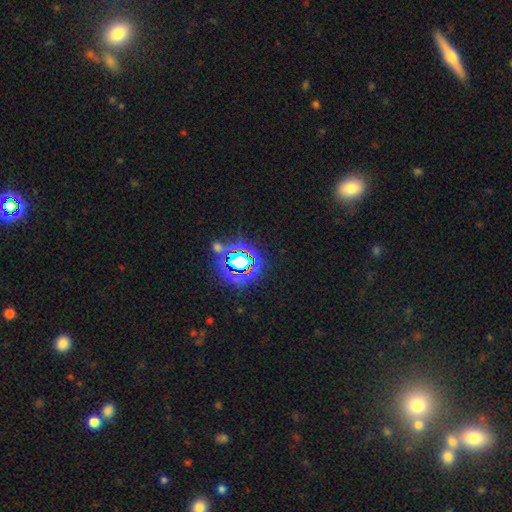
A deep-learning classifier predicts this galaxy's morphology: This is likely a star or artifact rather than a galaxy (71%).